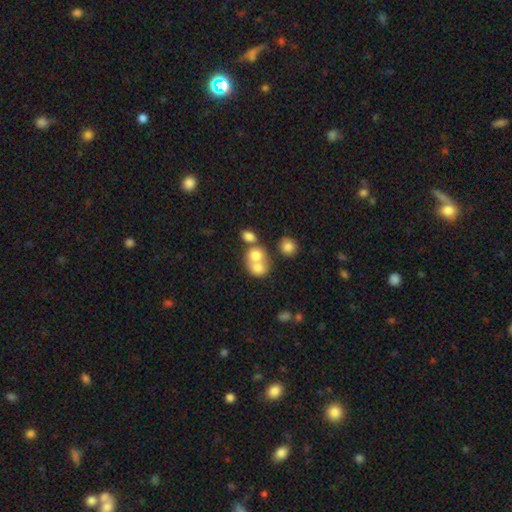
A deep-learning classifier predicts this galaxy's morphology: Smooth or featured?
  - smooth: 73% *
  - featured or disk: 17%
  - star or artifact: 10%
How rounded?
  - round: 60% *
  - in between: 39%
  - cigar-shaped: 1%
Merging?
  - merger: 63% *
  - none: 27%
  - minor disturbance: 6%
  - major disturbance: 4%